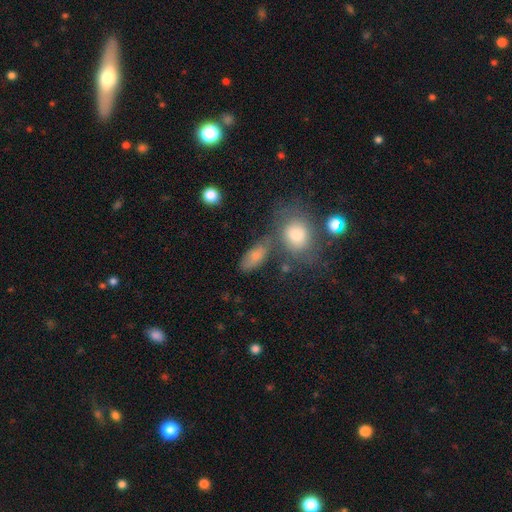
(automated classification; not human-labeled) Smooth or featured? smooth (76%)
How rounded? in between (78%)
Merging? none (54%)